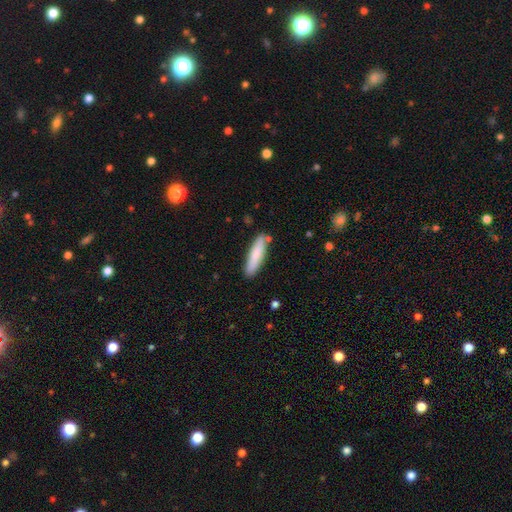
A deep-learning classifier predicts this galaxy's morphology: This is likely a smooth galaxy (79%). How rounded: likely cigar-shaped (78%). Merging: clearly none (82%).